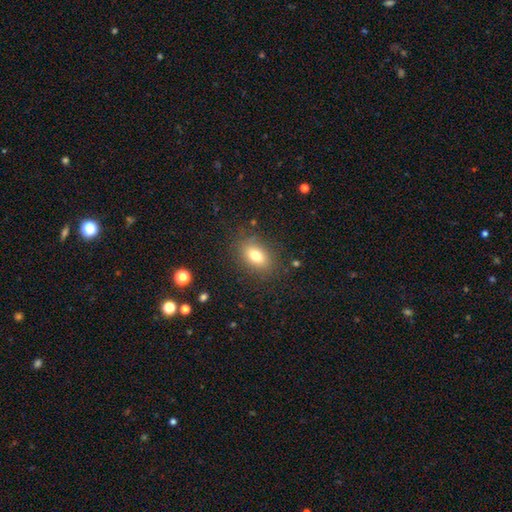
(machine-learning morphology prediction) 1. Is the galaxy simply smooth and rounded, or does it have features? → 76% smooth, 13% featured or disk, 11% star or artifact.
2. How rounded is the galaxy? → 82% in between, 15% round, 3% cigar-shaped.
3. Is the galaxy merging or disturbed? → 84% none, 11% minor disturbance, 4% major disturbance, 1% merger.